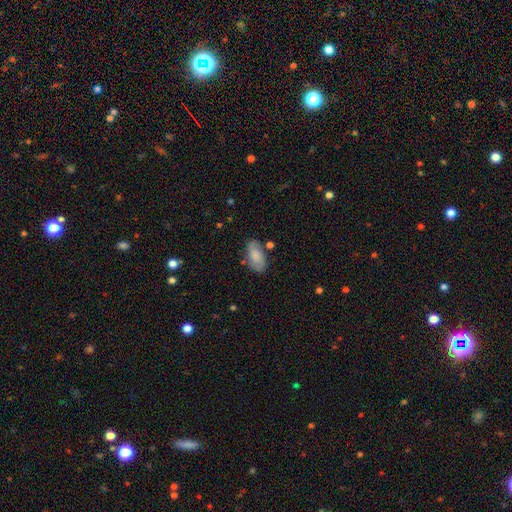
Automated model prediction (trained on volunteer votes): This appears to be a smooth galaxy with no disk features (75%) that is in between round and cigar-shaped (93%). Merging: none (75%).